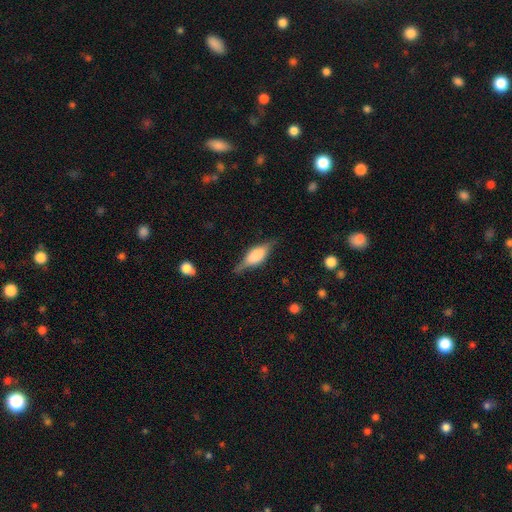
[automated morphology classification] The model was most divided on "smooth or featured": smooth: 47%, featured or disk: 46%, star or artifact: 7%. More confident: merging — none (71%).